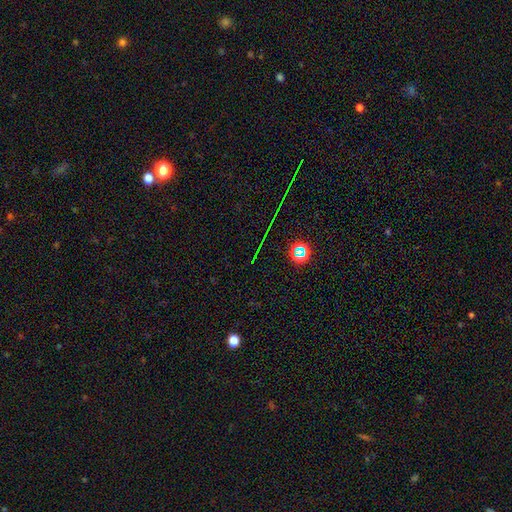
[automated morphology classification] A star or artifact, not a galaxy (76%).

Vote fractions:
- Smooth or featured? star or artifact: 76% / smooth: 14% / featured or disk: 11%